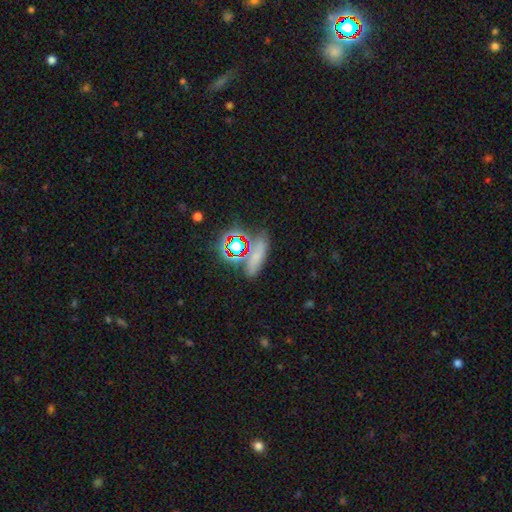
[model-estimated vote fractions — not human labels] smooth_or_featured: smooth (p=0.49) [alt: star or artifact p=0.36]
merging: none (p=0.66) [alt: minor disturbance p=0.16]